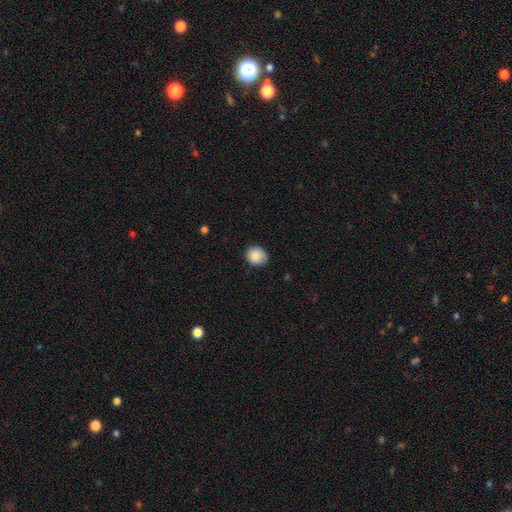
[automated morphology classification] This appears to be a smooth galaxy with no disk features (88%) that is round (75%). Merging: none (80%).